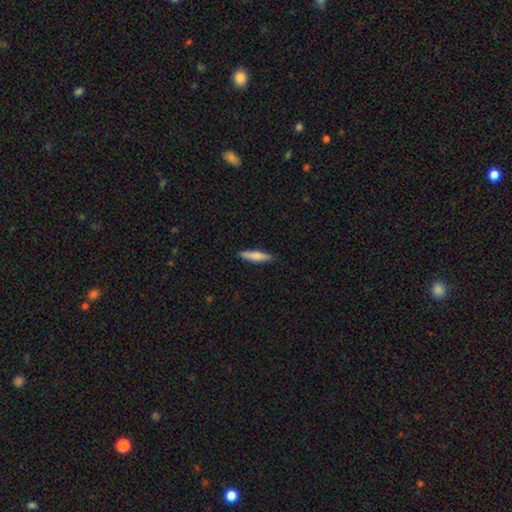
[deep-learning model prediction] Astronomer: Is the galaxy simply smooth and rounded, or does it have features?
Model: smooth — 73%.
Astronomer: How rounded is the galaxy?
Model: cigar-shaped — 81%.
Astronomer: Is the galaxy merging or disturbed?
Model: none — 88%.